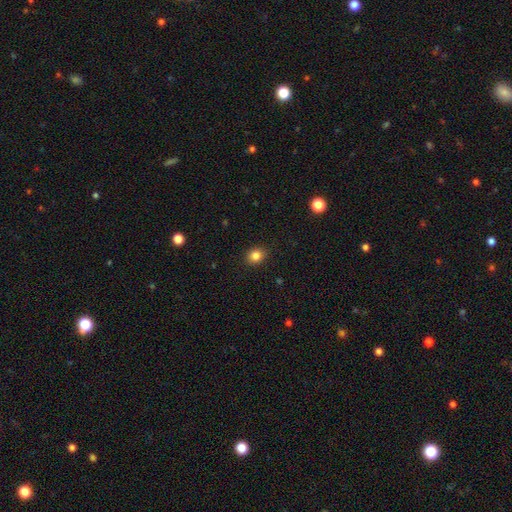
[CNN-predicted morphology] A smooth galaxy with no disk features (83%) that is round (65%).

Vote fractions:
- Smooth or featured? smooth: 83% / star or artifact: 11% / featured or disk: 5%
- How rounded? round: 65% / in between: 34% / cigar-shaped: 1%
- Merging? none: 90% / minor disturbance: 7% / major disturbance: 2% / merger: 1%